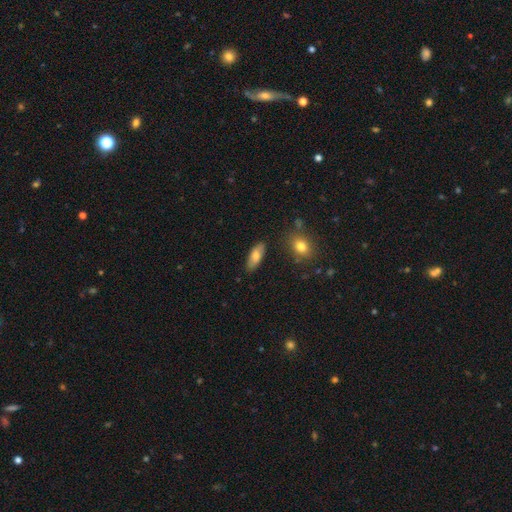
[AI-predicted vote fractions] Smooth or featured? Predicted: smooth (p=0.73). How rounded? Predicted: in between (p=0.77). Merging? Predicted: none (p=0.84).